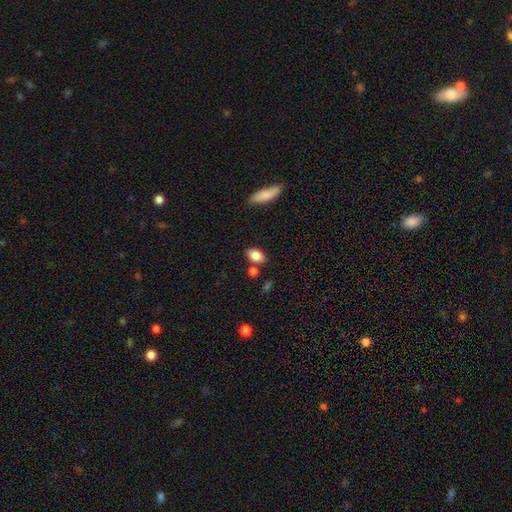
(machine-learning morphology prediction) smooth-or-featured: smooth: 84% | star or artifact: 8% | featured or disk: 8%
  how-rounded: in between: 85% | round: 13% | cigar-shaped: 2%
  merging: none: 73% | minor disturbance: 13% | merger: 11% | major disturbance: 3%